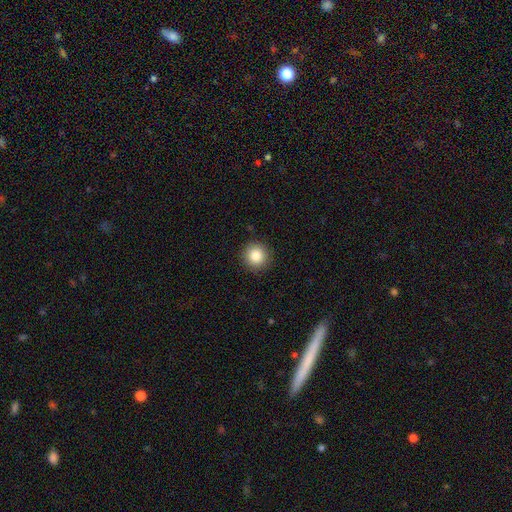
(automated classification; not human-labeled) smooth-or-featured: smooth: 85% | star or artifact: 10% | featured or disk: 6%
  how-rounded: round: 94% | in between: 5% | cigar-shaped: 1%
  merging: none: 91% | minor disturbance: 6% | major disturbance: 2% | merger: 1%